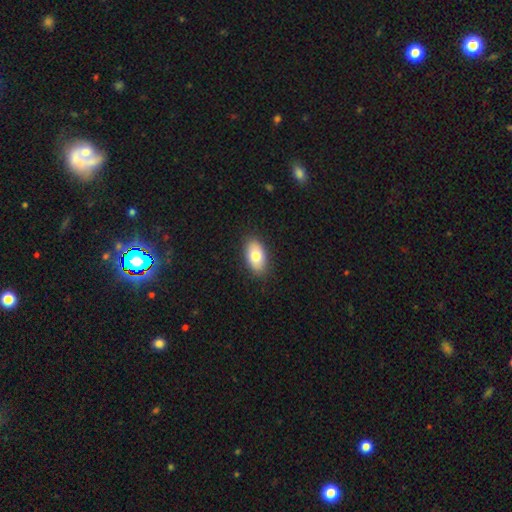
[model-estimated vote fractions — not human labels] Smooth or featured?
  - smooth: 78% *
  - featured or disk: 15%
  - star or artifact: 7%
How rounded?
  - in between: 92% *
  - round: 6%
  - cigar-shaped: 2%
Merging?
  - none: 87% *
  - minor disturbance: 10%
  - major disturbance: 2%
  - merger: 1%